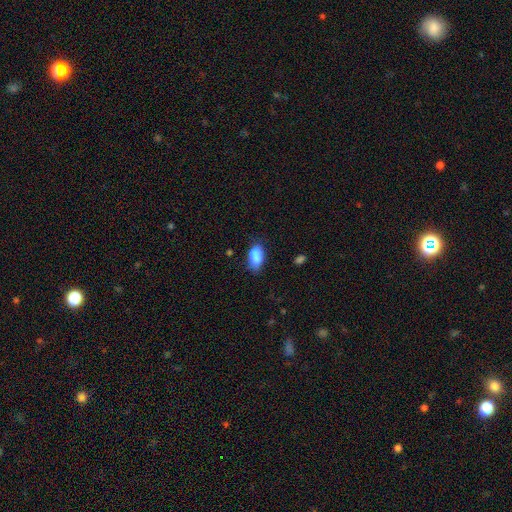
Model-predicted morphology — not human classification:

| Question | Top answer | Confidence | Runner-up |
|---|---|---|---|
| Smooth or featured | smooth | 79% | featured or disk (12%) |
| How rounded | in between | 88% | round (9%) |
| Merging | none | 48% | minor disturbance (25%) |